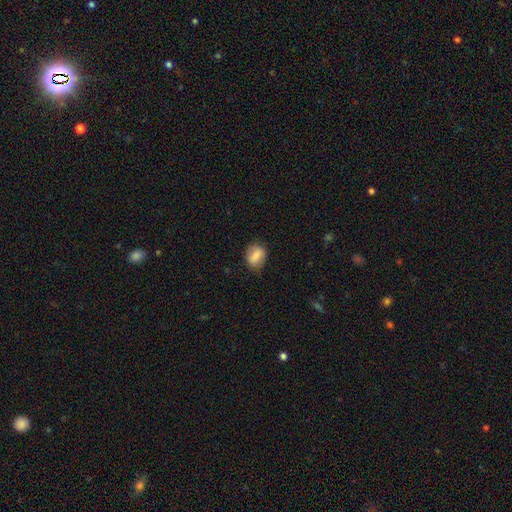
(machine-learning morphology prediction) Q: Smooth or featured?
A: smooth (78%); runner-up: featured or disk (14%)
Q: How rounded?
A: in between (57%); runner-up: round (41%)
Q: Merging?
A: none (79%); runner-up: minor disturbance (16%)